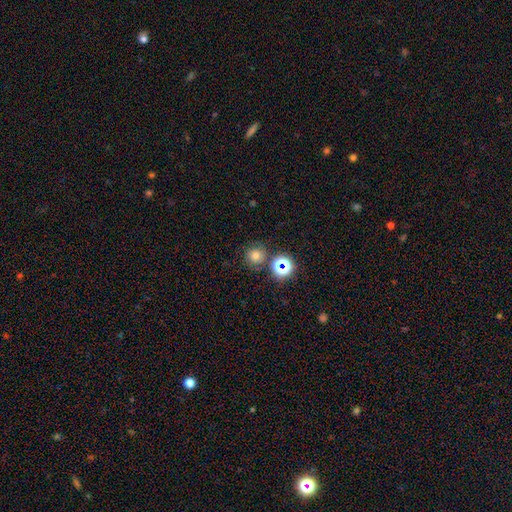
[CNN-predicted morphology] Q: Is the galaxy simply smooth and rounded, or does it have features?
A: smooth — 58%.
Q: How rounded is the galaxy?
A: round — 91%.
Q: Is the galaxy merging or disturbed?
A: none — 75%.